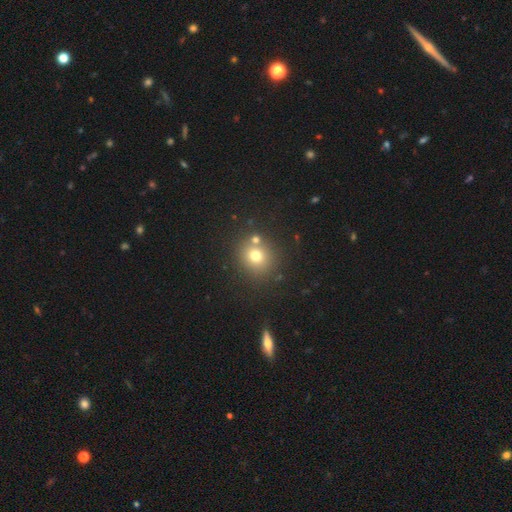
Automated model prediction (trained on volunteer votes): Smooth or featured: smooth — 72% (star or artifact — 17%)
How rounded: round — 85% (in between — 14%)
Merging: none — 74% (merger — 13%)